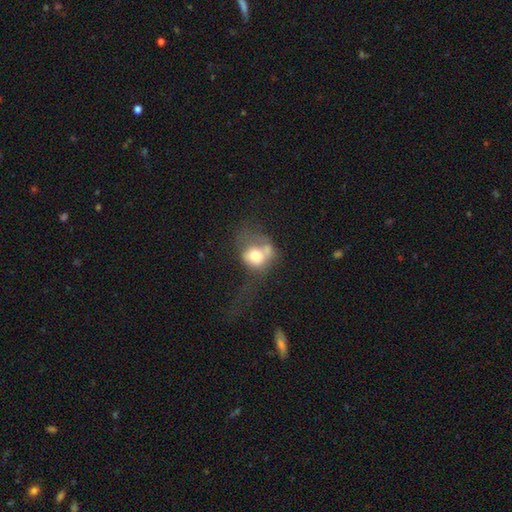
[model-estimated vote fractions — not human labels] Smooth or featured? smooth (62%)
How rounded? round (57%)
Merging? major disturbance (40%)